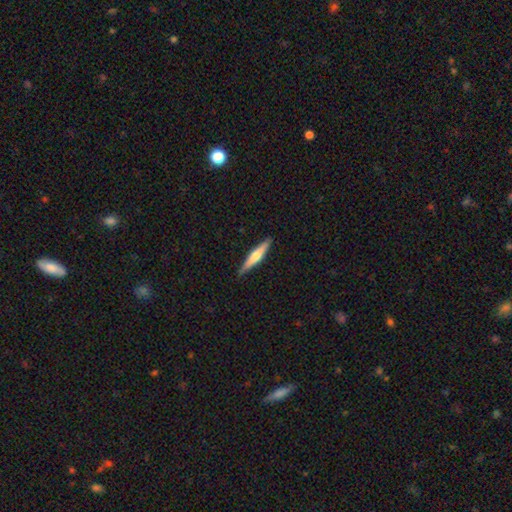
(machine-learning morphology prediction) Smooth or featured? featured or disk (52%)
Edge-on disk? yes (96%)
Merging? none (88%)